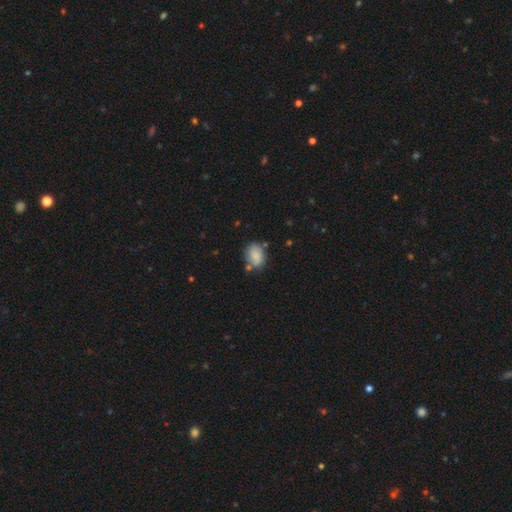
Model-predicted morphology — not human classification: Smooth or featured: smooth — 80% (featured or disk — 11%)
How rounded: in between — 72% (round — 27%)
Merging: none — 61% (minor disturbance — 22%)